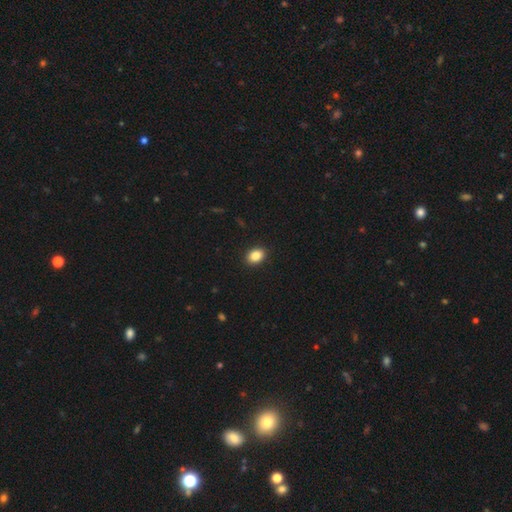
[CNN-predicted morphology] Smooth or featured: smooth — 86% (star or artifact — 9%)
How rounded: in between — 70% (round — 29%)
Merging: none — 91% (minor disturbance — 6%)